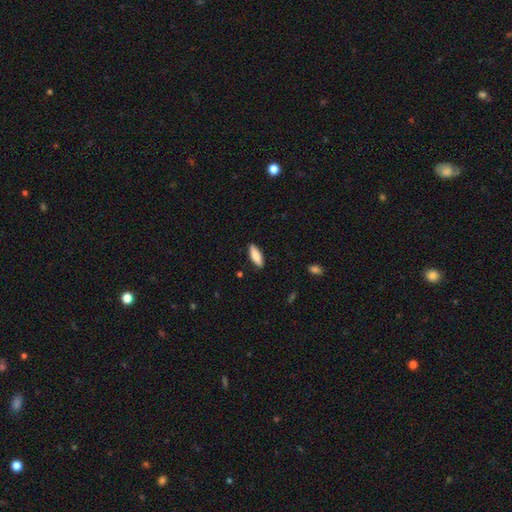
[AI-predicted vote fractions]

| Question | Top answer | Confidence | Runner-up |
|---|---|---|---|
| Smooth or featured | smooth | 81% | featured or disk (13%) |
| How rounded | in between | 55% | cigar-shaped (43%) |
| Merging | none | 88% | minor disturbance (9%) |